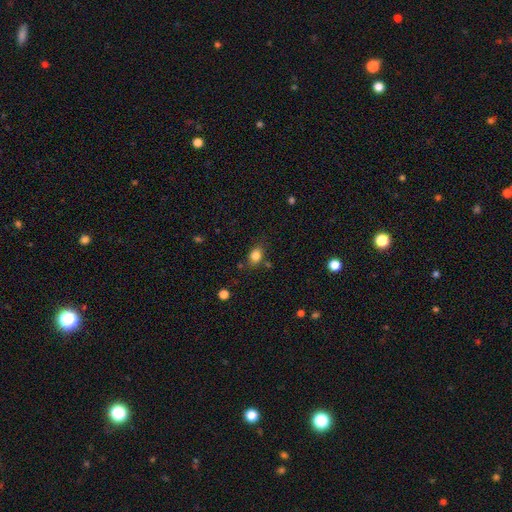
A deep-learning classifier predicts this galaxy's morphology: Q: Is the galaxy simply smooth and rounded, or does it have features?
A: smooth — 82%.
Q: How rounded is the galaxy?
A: in between — 66%.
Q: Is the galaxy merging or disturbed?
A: none — 75%.